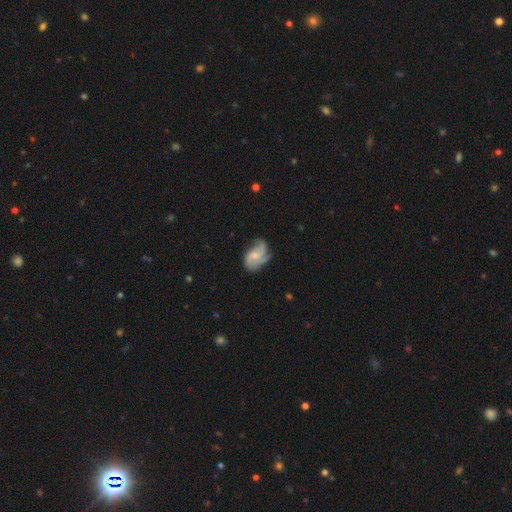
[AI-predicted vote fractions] Smooth or featured?
  - featured or disk: 75% *
  - smooth: 18%
  - star or artifact: 7%
Edge-on disk?
  - no: 98% *
  - yes: 2%
Bar?
  - no: 69% *
  - weak: 27%
  - strong: 4%
Spiral arms?
  - yes: 93% *
  - no: 7%
Spiral winding?
  - medium: 46% *
  - loose: 31%
  - tight: 22%
Spiral arm count?
  - 3: 53% *
  - 2: 14%
  - 4: 13%
  - can't tell: 12%
  - 1: 4%
  - more than 4: 4%
Bulge size?
  - small: 53% *
  - moderate: 34%
  - none: 9%
  - large: 2%
  - dominant: 1%
Merging?
  - none: 56% *
  - minor disturbance: 25%
  - major disturbance: 16%
  - merger: 2%